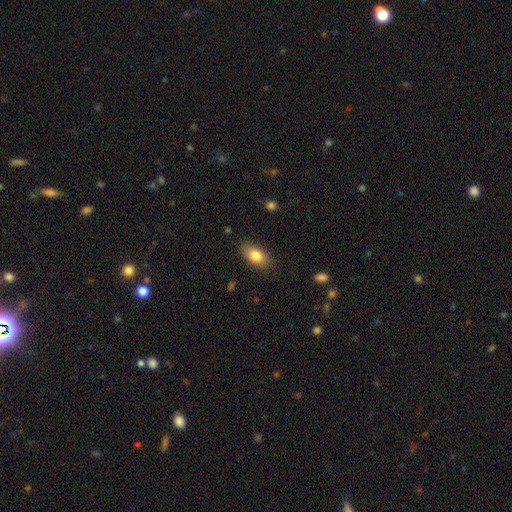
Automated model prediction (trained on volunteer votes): Smooth or featured: smooth — 81% (featured or disk — 11%)
How rounded: in between — 89% (round — 7%)
Merging: none — 84% (minor disturbance — 12%)